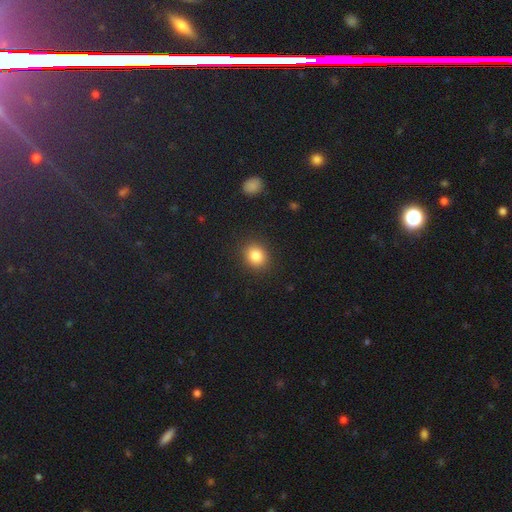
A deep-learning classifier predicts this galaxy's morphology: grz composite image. It shows a smooth galaxy with no disk features (84%) that is round (69%). Merging: none (89%).